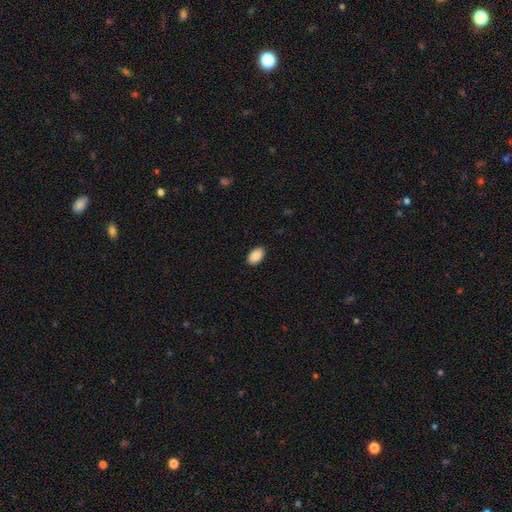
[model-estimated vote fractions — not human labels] Overall: smooth (90%). How rounded: in between (91%). Merging: none (88%).